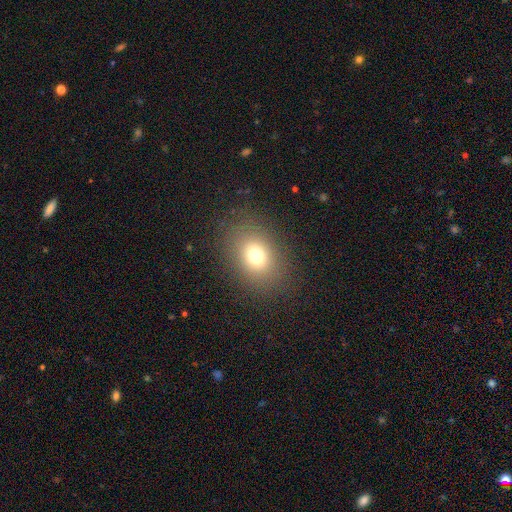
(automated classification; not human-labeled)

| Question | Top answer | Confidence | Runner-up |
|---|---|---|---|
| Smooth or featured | smooth | 73% | star or artifact (15%) |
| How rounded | in between | 59% | round (40%) |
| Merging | none | 84% | minor disturbance (9%) |